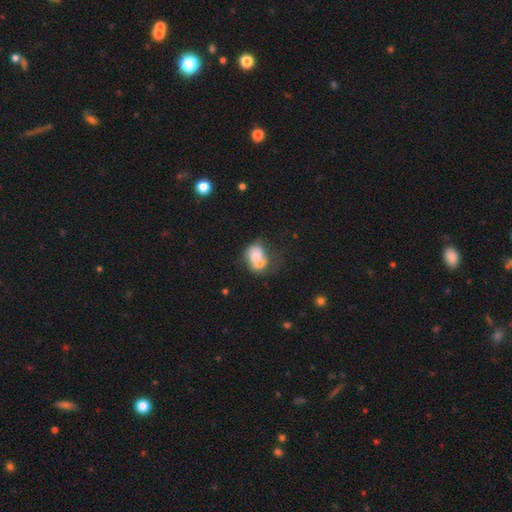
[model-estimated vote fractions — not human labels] Morphology: type=smooth (59%); roundness=in between (57%); merging=merger (60%).